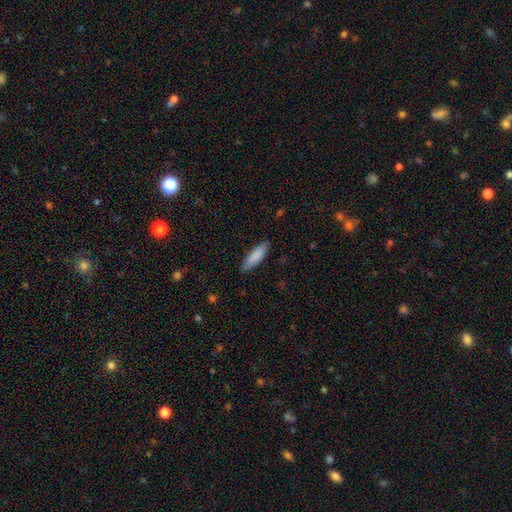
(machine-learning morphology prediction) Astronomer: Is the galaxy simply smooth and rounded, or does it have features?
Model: smooth — 87%.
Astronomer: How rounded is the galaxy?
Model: cigar-shaped — 55% (runner-up: in between, 44%).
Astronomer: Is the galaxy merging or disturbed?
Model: none — 85%.